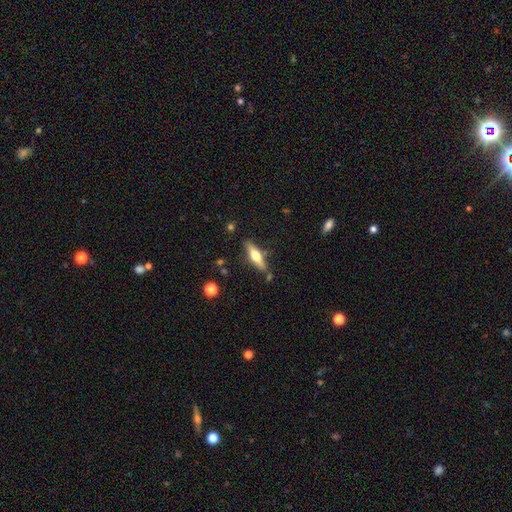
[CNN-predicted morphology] Q: Smooth or featured?
A: featured or disk (54%); runner-up: smooth (40%)
Q: Edge-on disk?
A: yes (93%); runner-up: no (7%)
Q: Merging?
A: none (80%); runner-up: minor disturbance (13%)